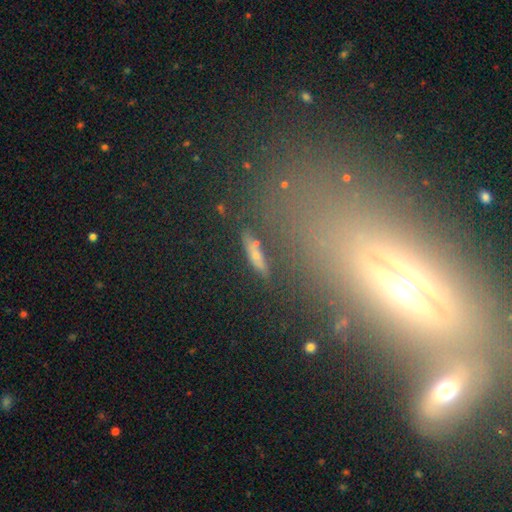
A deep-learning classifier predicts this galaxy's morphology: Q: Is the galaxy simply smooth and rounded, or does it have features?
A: smooth — 47%.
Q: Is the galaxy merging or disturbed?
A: none — 71%.